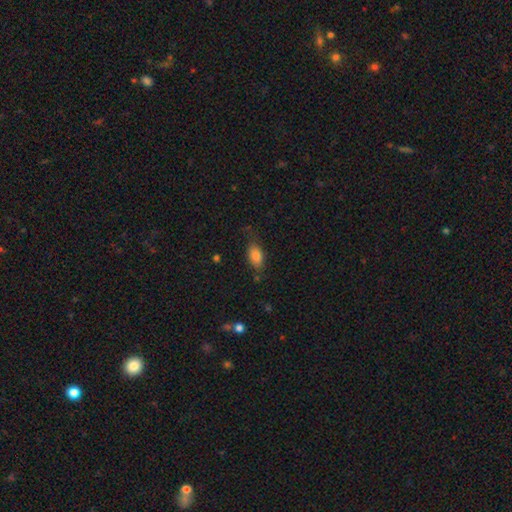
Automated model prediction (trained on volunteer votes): This appears to be a smooth galaxy with no disk features (83%) that is in between round and cigar-shaped (89%). Merging: none (69%).